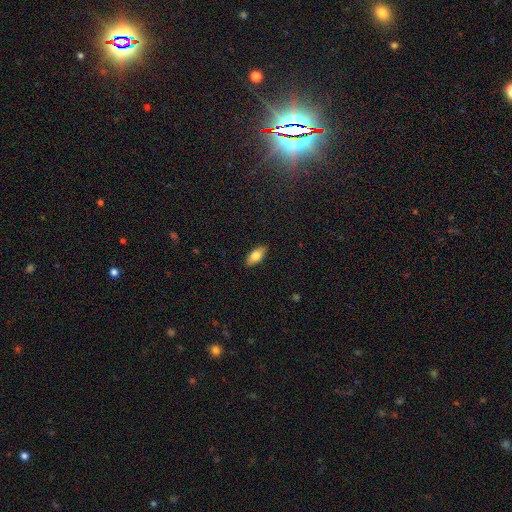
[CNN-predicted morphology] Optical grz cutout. It shows a smooth galaxy with no disk features (74%) that is in between round and cigar-shaped (85%). Merging: none (89%).